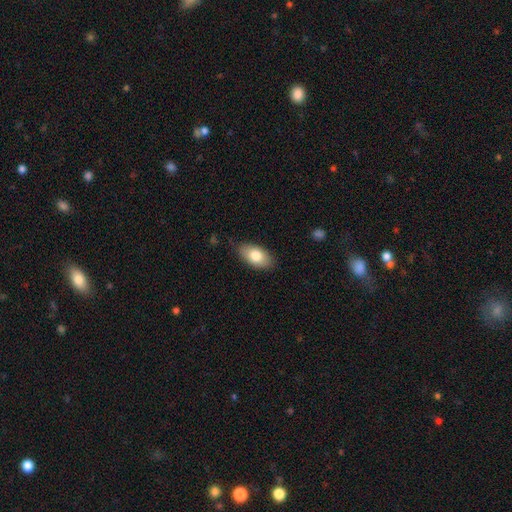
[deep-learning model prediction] smooth-or-featured: smooth: 79% | featured or disk: 14% | star or artifact: 7%
  how-rounded: in between: 93% | round: 4% | cigar-shaped: 3%
  merging: none: 82% | minor disturbance: 14% | major disturbance: 3% | merger: 1%